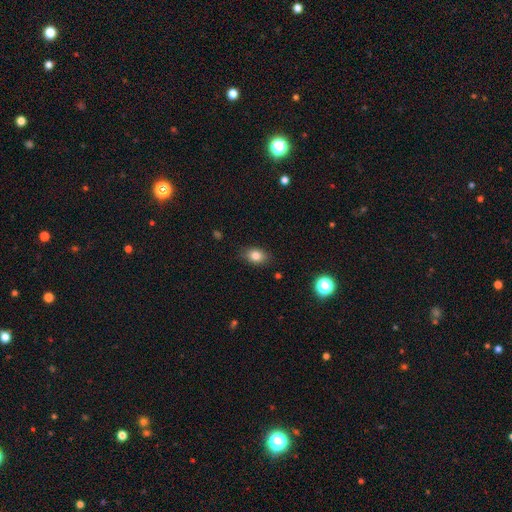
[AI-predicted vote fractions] The model was most divided on "how rounded": in between: 78%, round: 21%, cigar-shaped: 2%. More confident: merging — none (84%); smooth or featured — smooth (82%).